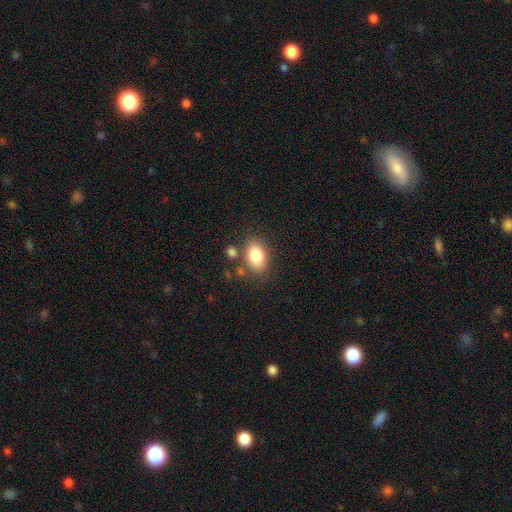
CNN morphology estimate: smooth-or-featured: smooth: 81% | featured or disk: 10% | star or artifact: 9%
  how-rounded: in between: 79% | round: 20% | cigar-shaped: 1%
  merging: none: 75% | minor disturbance: 13% | merger: 8% | major disturbance: 4%